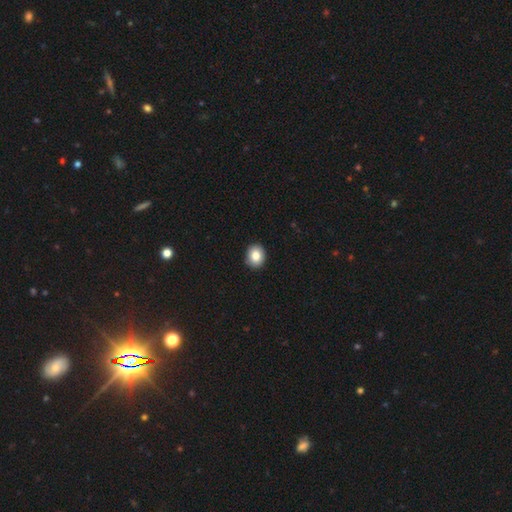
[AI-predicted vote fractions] Smooth or featured? Predicted: smooth (p=0.84). How rounded? Predicted: round (p=0.67). Merging? Predicted: none (p=0.91).